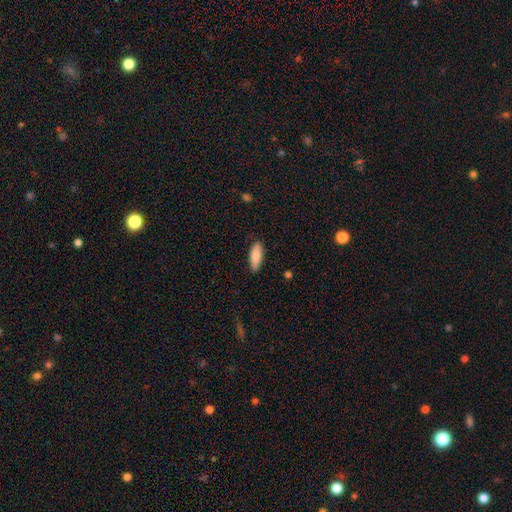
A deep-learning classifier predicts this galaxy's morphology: Smooth or featured?
  - smooth: 86% *
  - featured or disk: 8%
  - star or artifact: 6%
How rounded?
  - in between: 63% *
  - cigar-shaped: 35%
  - round: 2%
Merging?
  - none: 82% *
  - minor disturbance: 14%
  - major disturbance: 2%
  - merger: 1%